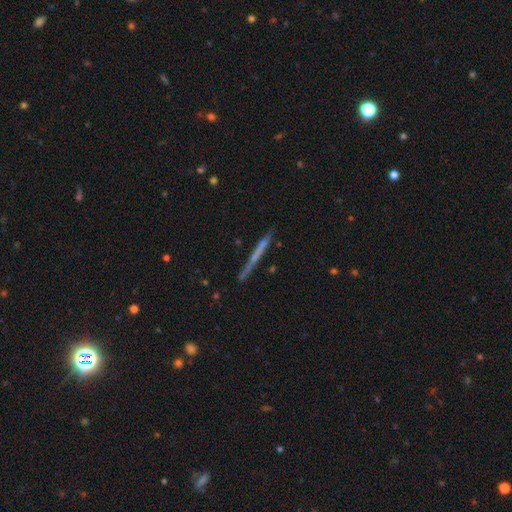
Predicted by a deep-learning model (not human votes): smooth_or_featured: featured or disk (p=0.57) [alt: smooth p=0.36]
disk_edge_on: yes (p=0.96) [alt: no p=0.04]
edge_on_bulge: none (p=0.86) [alt: rounded p=0.09]
merging: none (p=0.84) [alt: minor disturbance p=0.11]